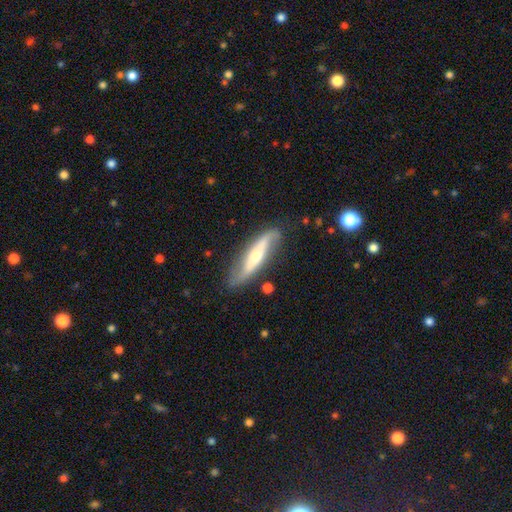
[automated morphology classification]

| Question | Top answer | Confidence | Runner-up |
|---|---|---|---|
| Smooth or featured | featured or disk | 73% | smooth (20%) |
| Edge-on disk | no | 58% | yes (42%) |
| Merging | none | 77% | minor disturbance (17%) |